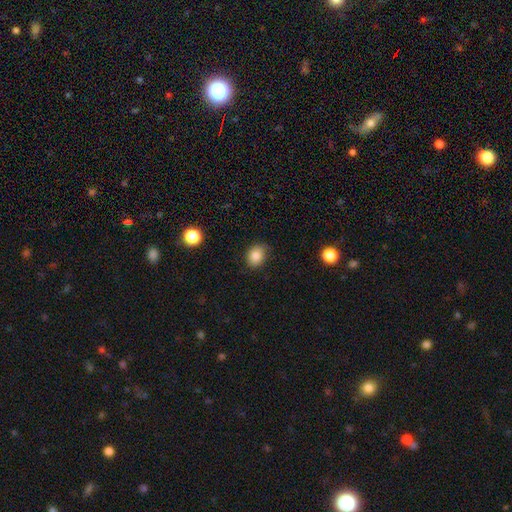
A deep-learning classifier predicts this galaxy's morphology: A smooth galaxy with no disk features (84%) that is in between round and cigar-shaped (50%). Merging: none (74%).